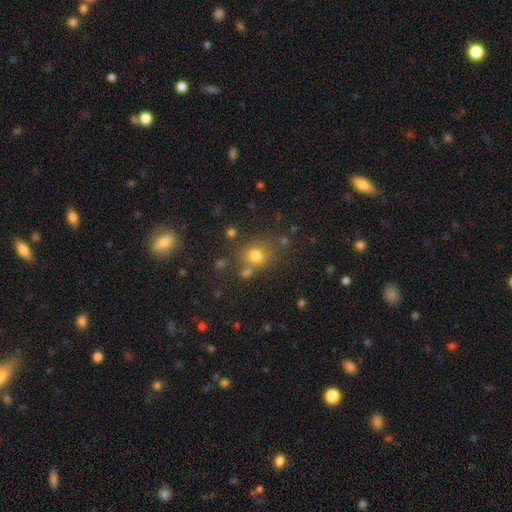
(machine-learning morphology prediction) This appears to be a smooth galaxy with no disk features (75%) that is round (79%). Merging: none (71%).